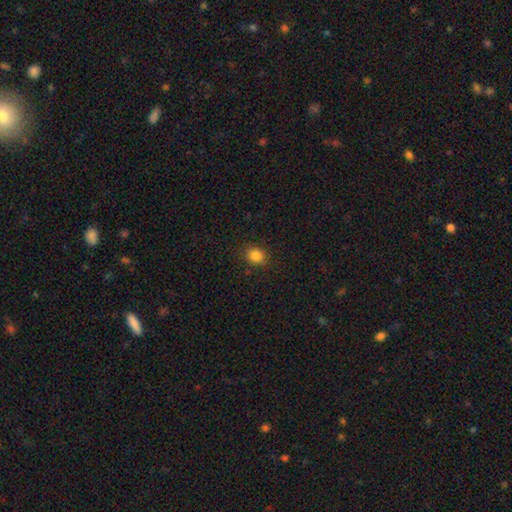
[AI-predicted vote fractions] Morphology: type=smooth (84%); roundness=round (71%); merging=none (88%).